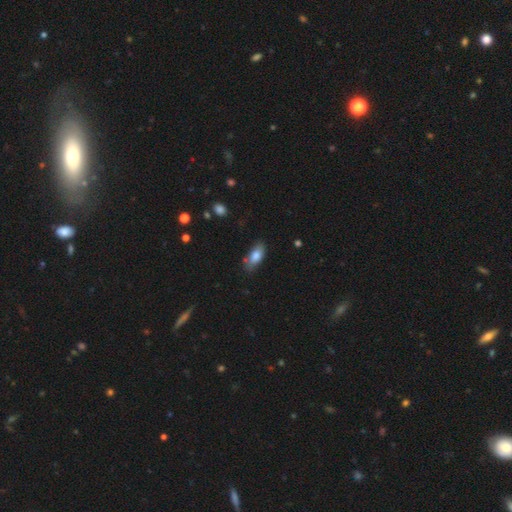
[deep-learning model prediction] Smooth or featured?
  - smooth: 80% *
  - featured or disk: 13%
  - star or artifact: 7%
How rounded?
  - in between: 87% *
  - cigar-shaped: 10%
  - round: 3%
Merging?
  - none: 74% *
  - minor disturbance: 19%
  - major disturbance: 4%
  - merger: 3%